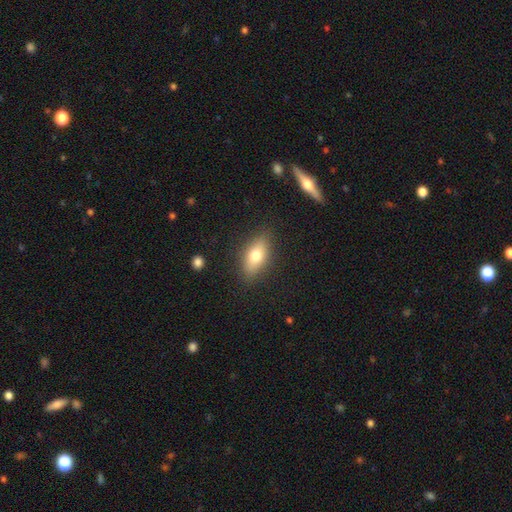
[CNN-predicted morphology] type=smooth (68%); roundness=in between (79%); merging=none (85%).